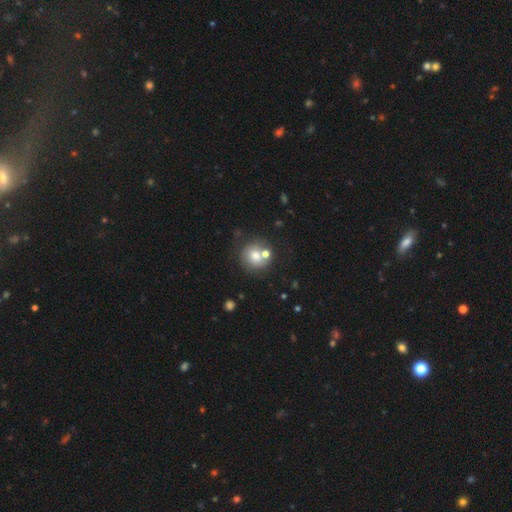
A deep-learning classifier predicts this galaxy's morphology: Smooth or featured? smooth (70%)
How rounded? round (86%)
Merging? none (55%)